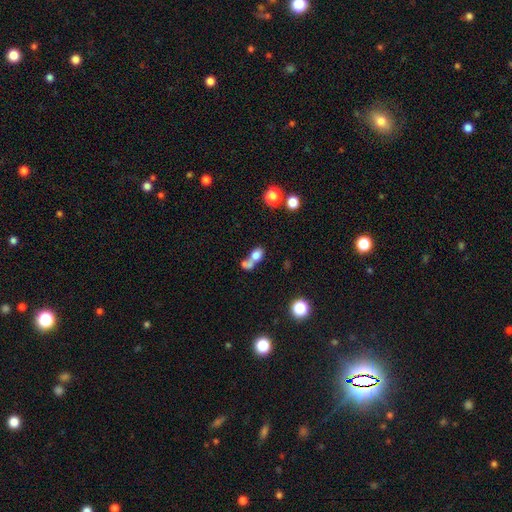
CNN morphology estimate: The model was most divided on "how rounded": in between: 55%, round: 42%, cigar-shaped: 3%. More confident: smooth or featured — smooth (73%); merging — merger (63%).